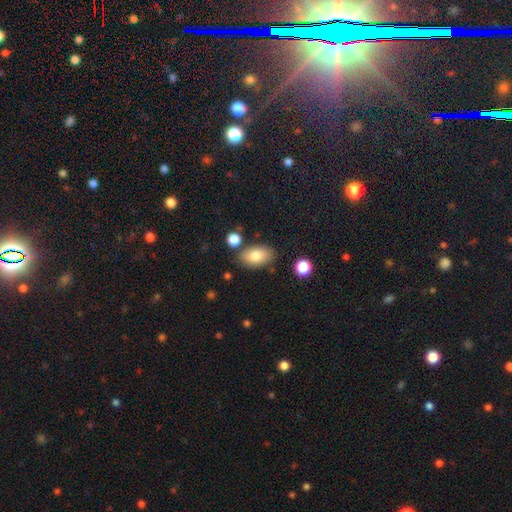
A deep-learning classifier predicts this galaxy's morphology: Overall: smooth (80%). How rounded: in between (91%). Merging: none (78%).